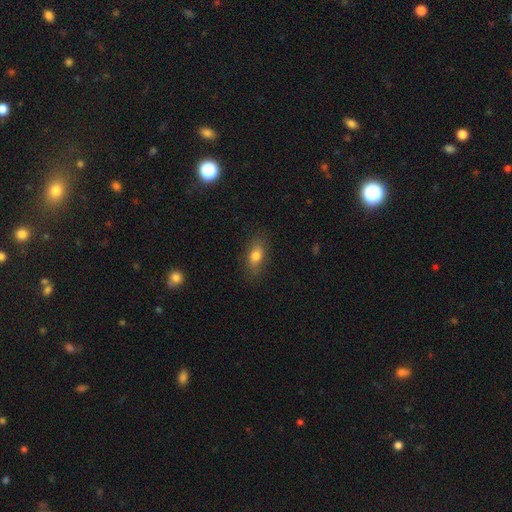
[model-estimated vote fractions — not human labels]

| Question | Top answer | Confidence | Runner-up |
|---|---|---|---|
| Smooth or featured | smooth | 76% | featured or disk (15%) |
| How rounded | in between | 79% | cigar-shaped (11%) |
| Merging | none | 82% | minor disturbance (14%) |